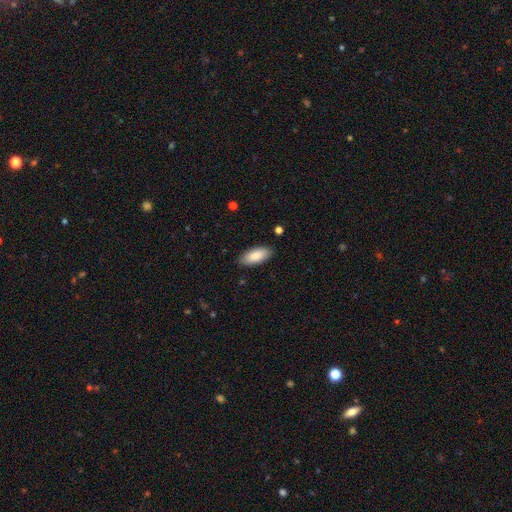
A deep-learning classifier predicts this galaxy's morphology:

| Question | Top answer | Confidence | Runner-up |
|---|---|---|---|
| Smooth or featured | smooth | 87% | featured or disk (8%) |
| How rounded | in between | 84% | cigar-shaped (14%) |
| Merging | none | 88% | minor disturbance (9%) |